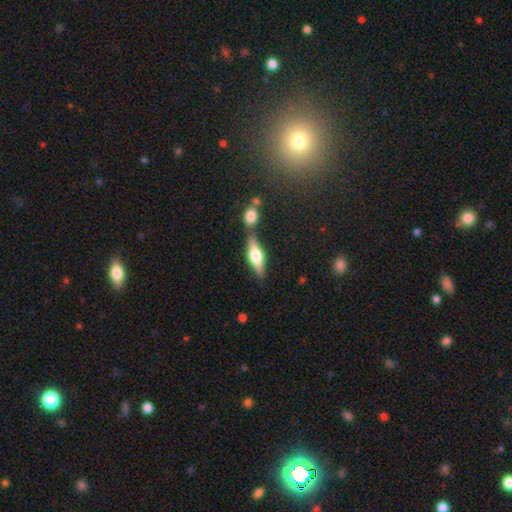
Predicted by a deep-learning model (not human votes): The model was most divided on "smooth or featured": featured or disk: 50%, smooth: 43%, star or artifact: 7%. More confident: merging — none (66%).